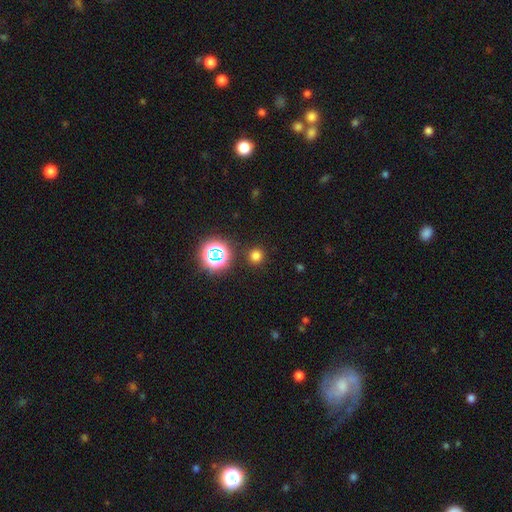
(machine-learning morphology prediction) A smooth galaxy with no disk features (71%) that is round (92%).

Vote fractions:
- Smooth or featured? smooth: 71% / star or artifact: 24% / featured or disk: 5%
- How rounded? round: 92% / in between: 7% / cigar-shaped: 1%
- Merging? none: 89% / minor disturbance: 6% / major disturbance: 3% / merger: 2%